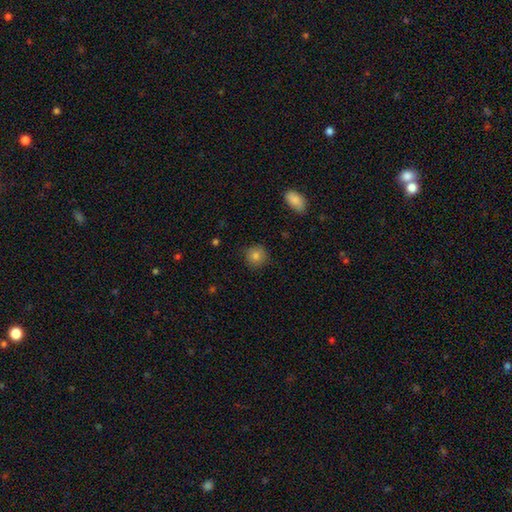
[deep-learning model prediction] smooth 82%, star or artifact 10%, featured or disk 7%. Down the decision tree: how rounded — round (92%); merging — none (87%).